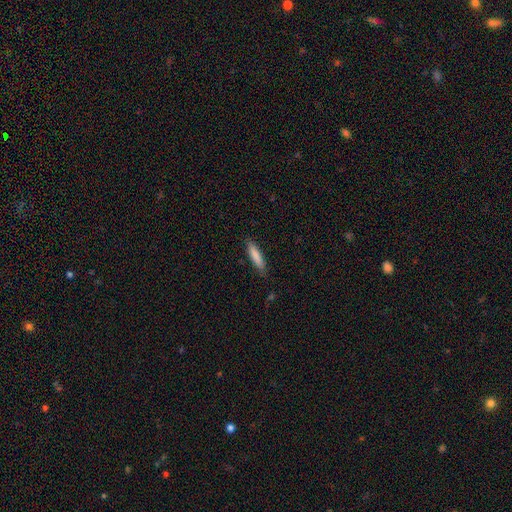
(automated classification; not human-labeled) smooth-or-featured: smooth: 84% | featured or disk: 11% | star or artifact: 6%
  how-rounded: cigar-shaped: 83% | in between: 16% | round: 1%
  merging: none: 85% | minor disturbance: 11% | major disturbance: 2% | merger: 1%